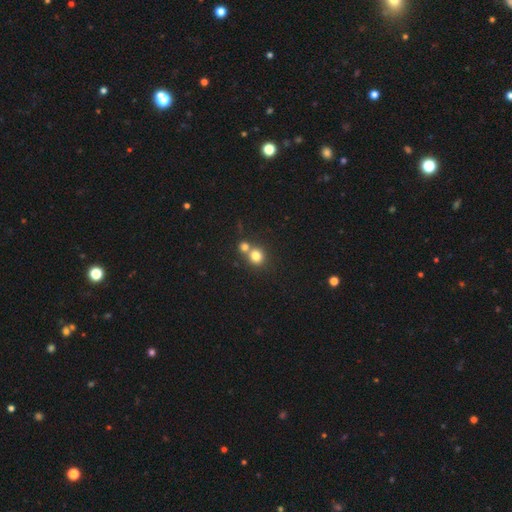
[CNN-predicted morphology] Smooth or featured? smooth (78%)
How rounded? round (85%)
Merging? none (48%)